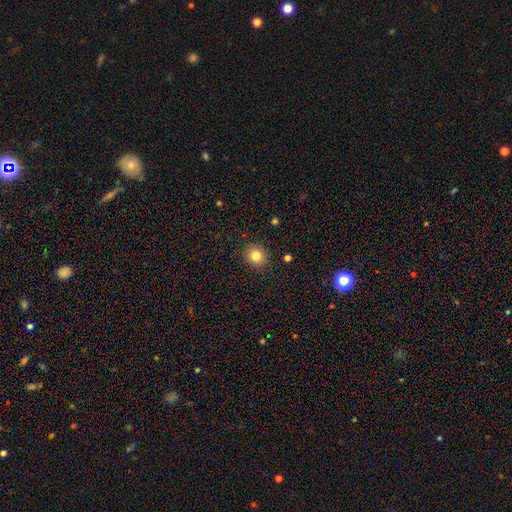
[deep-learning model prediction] smooth_or_featured: smooth (p=0.82) [alt: star or artifact p=0.12]
how_rounded: round (p=0.86) [alt: in between p=0.13]
merging: none (p=0.90) [alt: minor disturbance p=0.07]